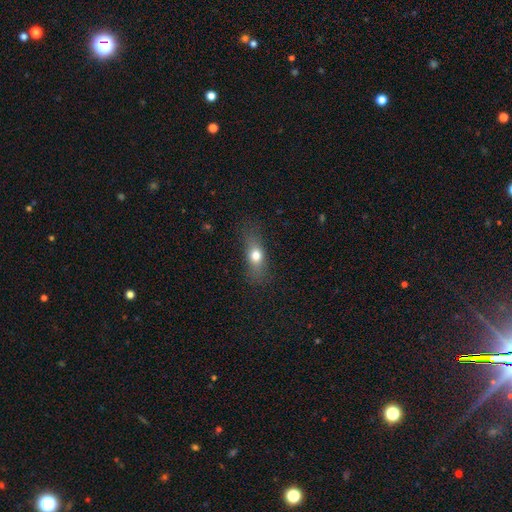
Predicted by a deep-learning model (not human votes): Morphology: type=smooth (70%); roundness=in between (61%); merging=none (72%).